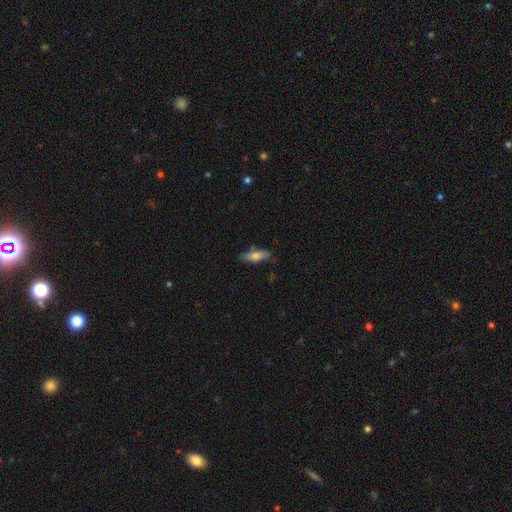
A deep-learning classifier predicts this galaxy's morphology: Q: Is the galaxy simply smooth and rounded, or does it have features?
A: smooth — 68%.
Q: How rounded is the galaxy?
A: cigar-shaped — 54%.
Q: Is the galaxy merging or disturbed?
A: none — 75%.